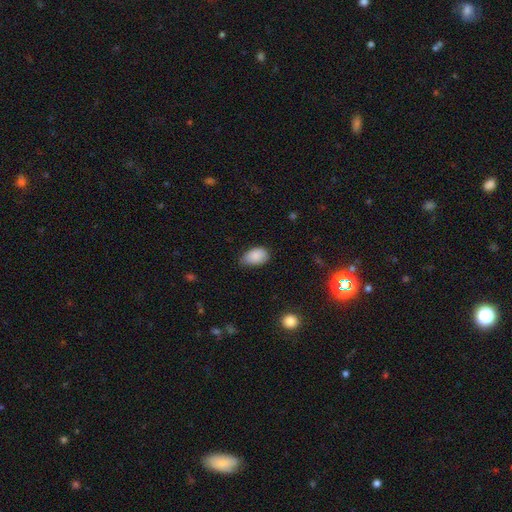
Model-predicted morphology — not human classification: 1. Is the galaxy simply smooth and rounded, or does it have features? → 86% smooth, 8% star or artifact, 7% featured or disk.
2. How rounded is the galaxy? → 89% in between, 10% round, 1% cigar-shaped.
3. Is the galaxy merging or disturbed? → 53% none, 39% minor disturbance, 6% major disturbance, 2% merger.